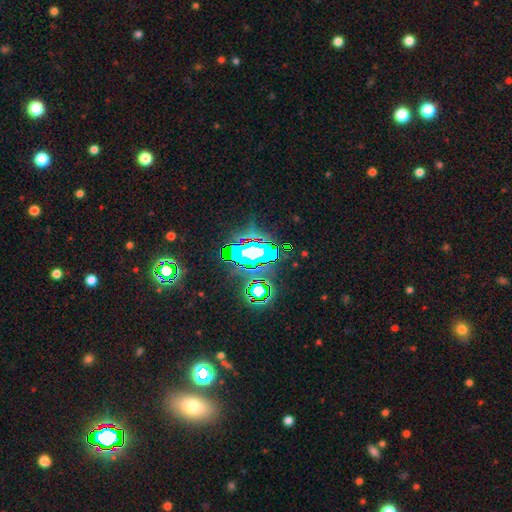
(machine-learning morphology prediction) This is likely a star or artifact rather than a galaxy (72%).